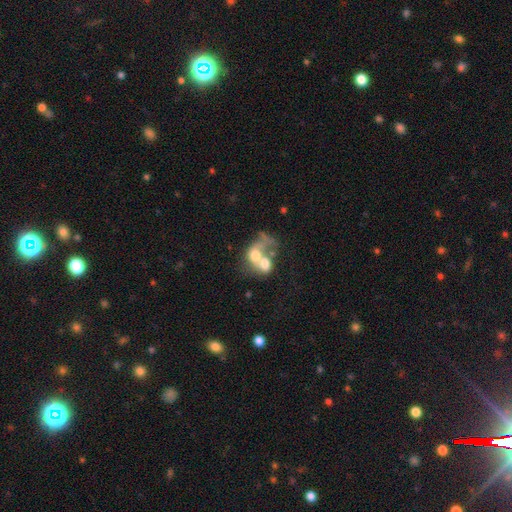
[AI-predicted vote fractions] Smooth or featured? smooth (50%)
How rounded? in between (57%)
Merging? merger (73%)